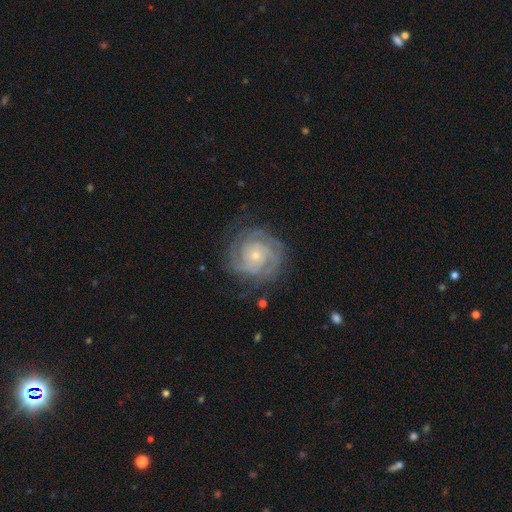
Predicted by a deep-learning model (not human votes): Overall: featured or disk (87%). Edge-on disk: no (98%). Bar: no (79%). Spiral arms: yes (97%). Spiral arm count: 3 (30%; 2 24%). Spiral winding: tight (76%). Bulge size: small (71%). Merging: none (77%).